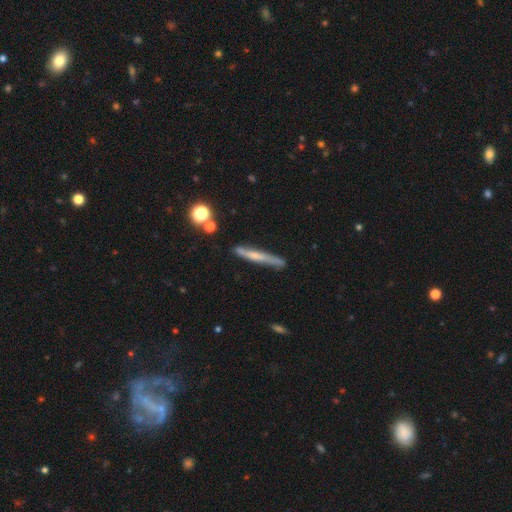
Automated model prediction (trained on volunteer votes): Q: Smooth or featured?
A: featured or disk (51%); runner-up: smooth (41%)
Q: Edge-on disk?
A: yes (89%); runner-up: no (11%)
Q: Merging?
A: none (75%); runner-up: minor disturbance (18%)